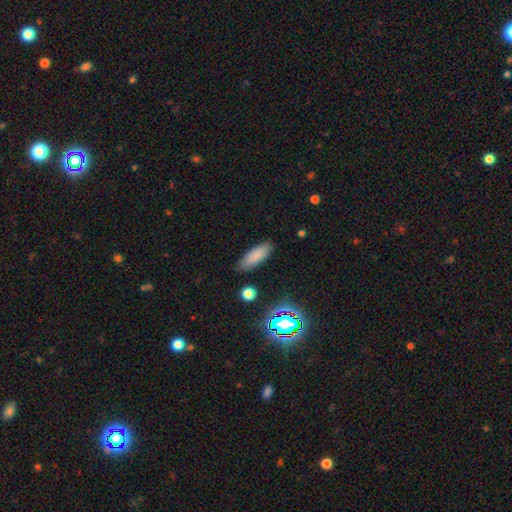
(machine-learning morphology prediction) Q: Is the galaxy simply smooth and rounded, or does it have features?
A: smooth — 83%.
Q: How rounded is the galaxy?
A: in between — 62%.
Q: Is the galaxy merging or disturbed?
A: none — 87%.